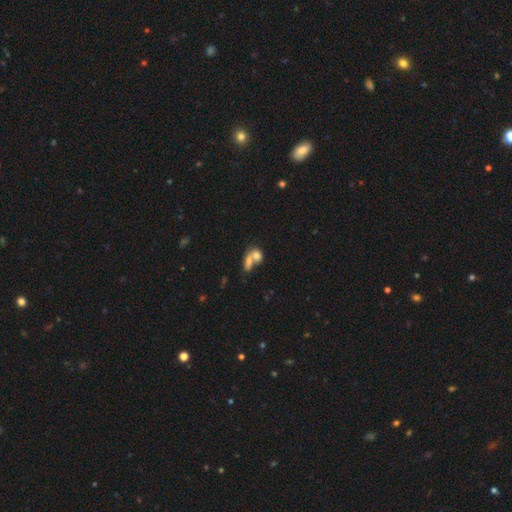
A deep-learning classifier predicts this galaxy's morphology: Q: Smooth or featured?
A: smooth (73%); runner-up: featured or disk (18%)
Q: How rounded?
A: in between (69%); runner-up: round (26%)
Q: Merging?
A: merger (67%); runner-up: none (20%)